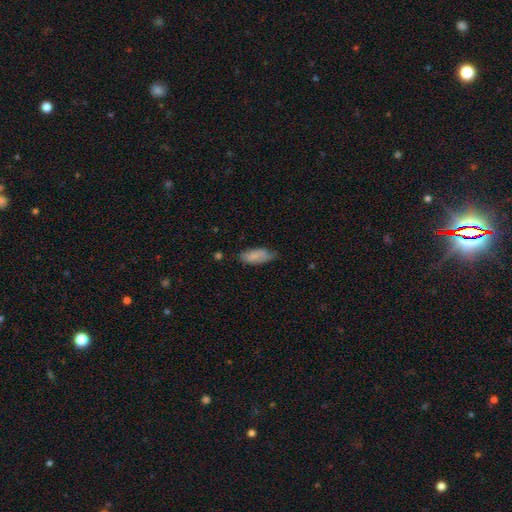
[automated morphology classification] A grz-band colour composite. It shows a smooth galaxy with no disk features (81%) that is in between round and cigar-shaped (84%). Merging: none (60%).